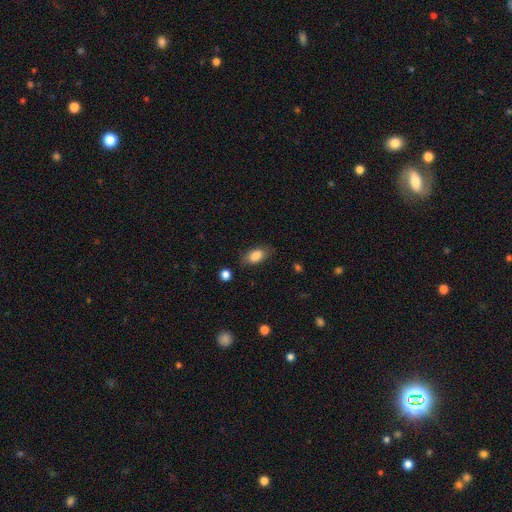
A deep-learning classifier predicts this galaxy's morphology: Overall: smooth (83%). How rounded: in between (89%). Merging: none (79%).